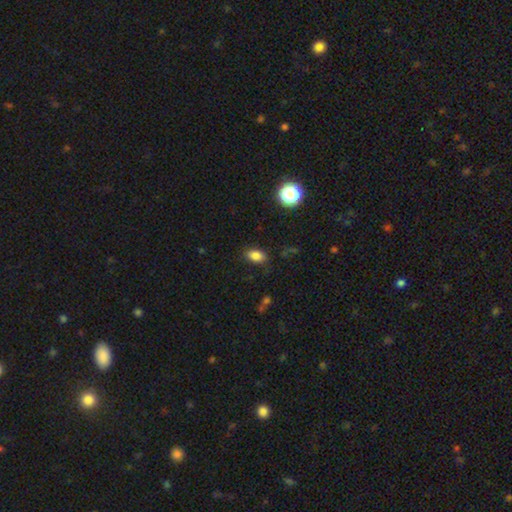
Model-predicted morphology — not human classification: Q: Smooth or featured?
A: smooth (84%); runner-up: star or artifact (11%)
Q: How rounded?
A: in between (85%); runner-up: round (13%)
Q: Merging?
A: none (82%); runner-up: minor disturbance (13%)